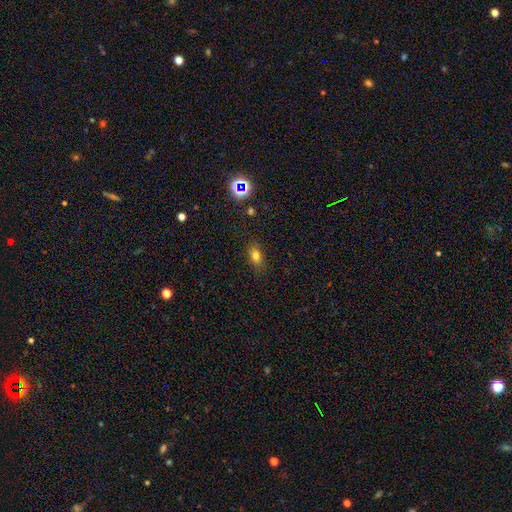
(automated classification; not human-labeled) Overall: smooth (74%). How rounded: in between (72%). Merging: none (80%).